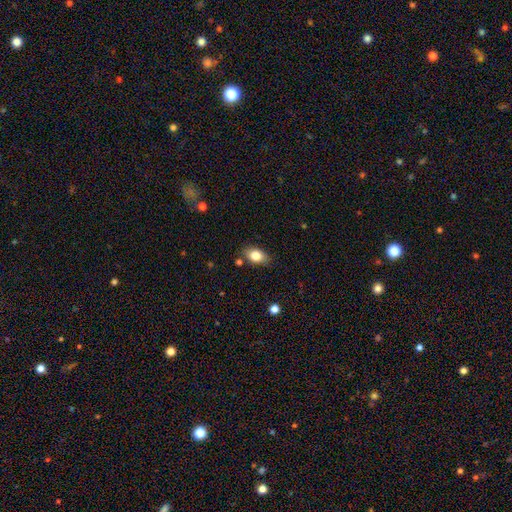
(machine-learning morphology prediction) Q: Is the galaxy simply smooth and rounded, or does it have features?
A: smooth — 82%.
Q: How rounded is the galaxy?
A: in between — 85%.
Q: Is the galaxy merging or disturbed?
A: none — 81%.